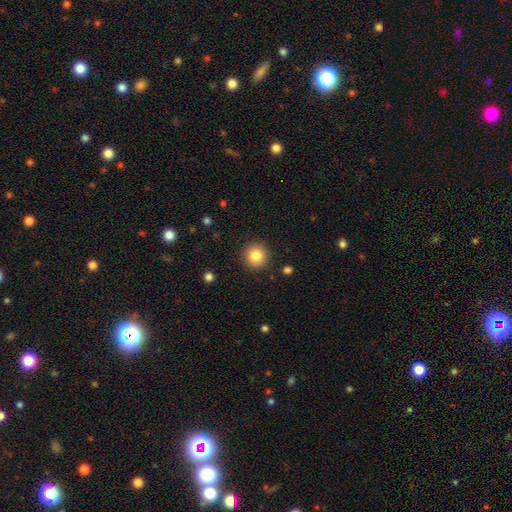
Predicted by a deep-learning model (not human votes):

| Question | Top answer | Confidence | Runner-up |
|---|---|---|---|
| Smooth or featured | smooth | 84% | star or artifact (10%) |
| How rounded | round | 94% | in between (5%) |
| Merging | none | 91% | minor disturbance (6%) |